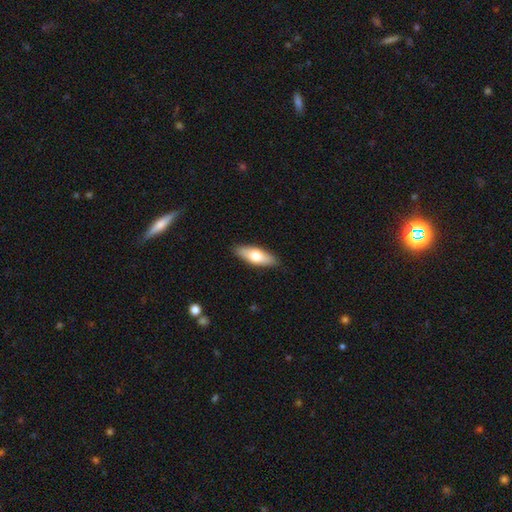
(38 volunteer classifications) This appears to be a smooth galaxy with no disk features (63%) that is in between round and cigar-shaped (67%). Merging: none (89%).